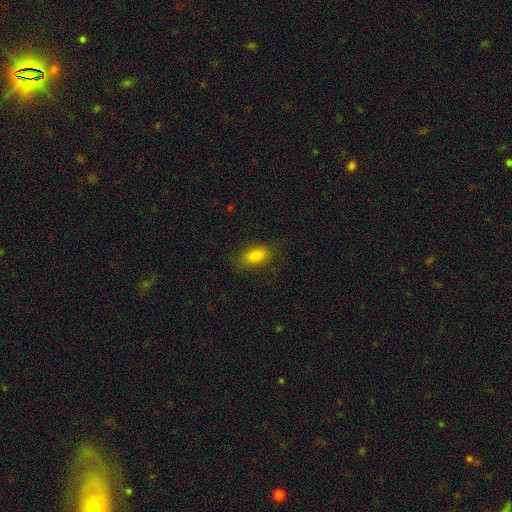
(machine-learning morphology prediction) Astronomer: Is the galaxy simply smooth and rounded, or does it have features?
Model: smooth — 83%.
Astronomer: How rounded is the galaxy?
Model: in between — 87%.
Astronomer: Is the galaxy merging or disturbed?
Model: none — 83%.